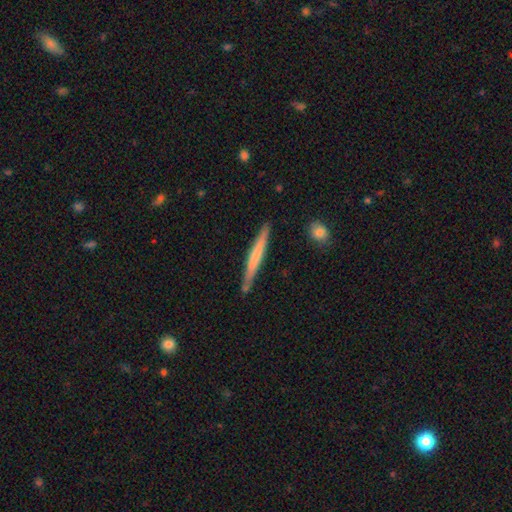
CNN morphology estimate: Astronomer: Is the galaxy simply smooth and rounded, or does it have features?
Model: smooth — 52% (runner-up: featured or disk, 43%).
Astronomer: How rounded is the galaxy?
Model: cigar-shaped — 96%.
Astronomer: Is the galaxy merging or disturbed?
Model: none — 85%.